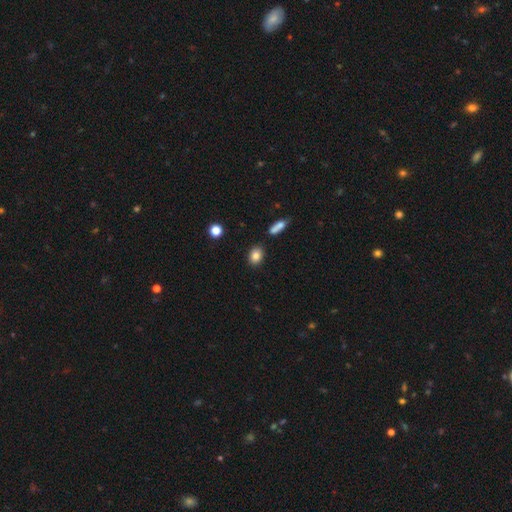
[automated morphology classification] Overall: smooth (84%). How rounded: in between (66%; round 31%). Merging: none (83%).